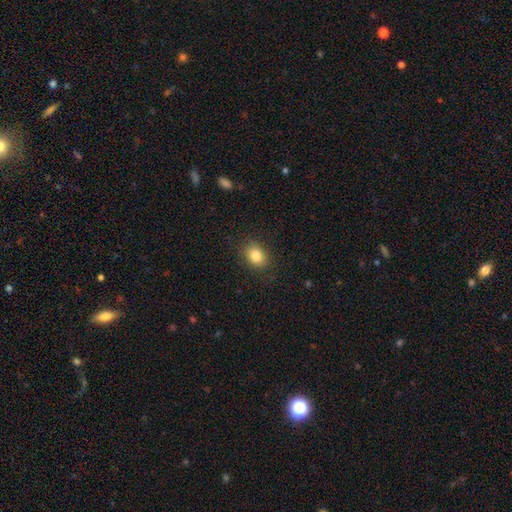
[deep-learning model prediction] Smooth or featured? smooth (84%)
How rounded? in between (62%)
Merging? none (86%)